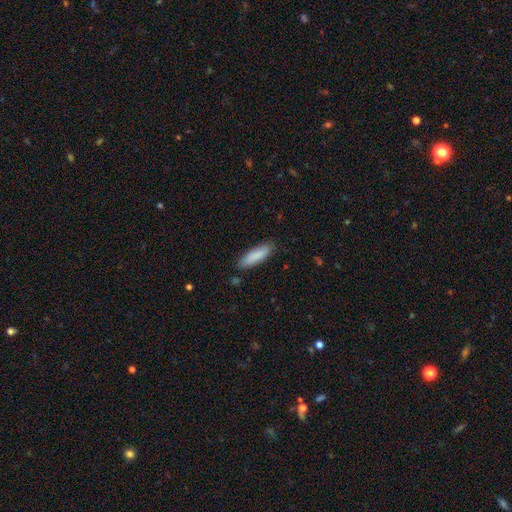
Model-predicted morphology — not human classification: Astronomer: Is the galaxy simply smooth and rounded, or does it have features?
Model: smooth — 87%.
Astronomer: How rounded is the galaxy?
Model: cigar-shaped — 60% (runner-up: in between, 38%).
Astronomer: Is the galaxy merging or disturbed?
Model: none — 84%.